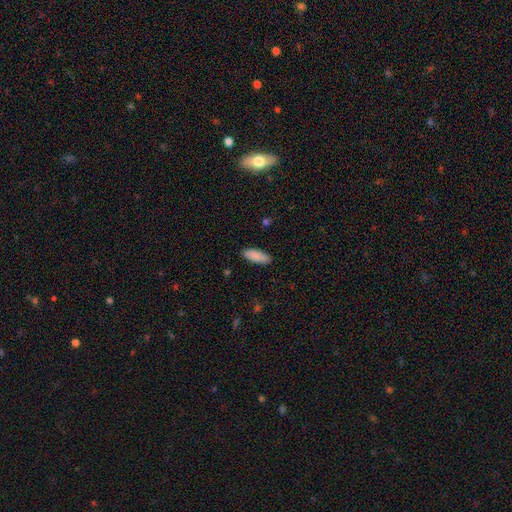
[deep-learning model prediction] smooth-or-featured: smooth: 89% | star or artifact: 6% | featured or disk: 5%
  how-rounded: in between: 72% | cigar-shaped: 26% | round: 2%
  merging: none: 88% | minor disturbance: 9% | major disturbance: 2% | merger: 1%